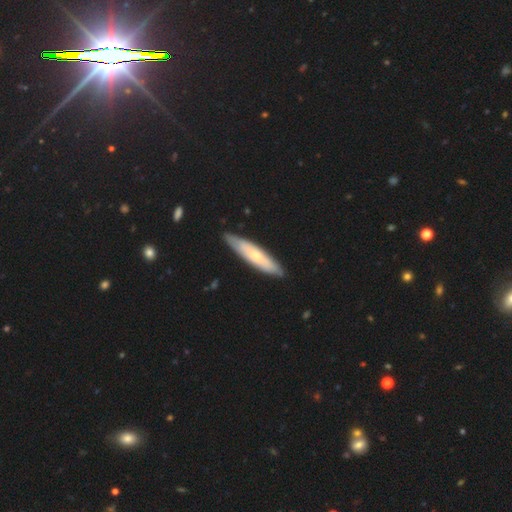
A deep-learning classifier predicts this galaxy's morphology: Q: Smooth or featured?
A: smooth (53%); runner-up: featured or disk (43%)
Q: How rounded?
A: cigar-shaped (79%); runner-up: in between (19%)
Q: Merging?
A: none (86%); runner-up: minor disturbance (11%)